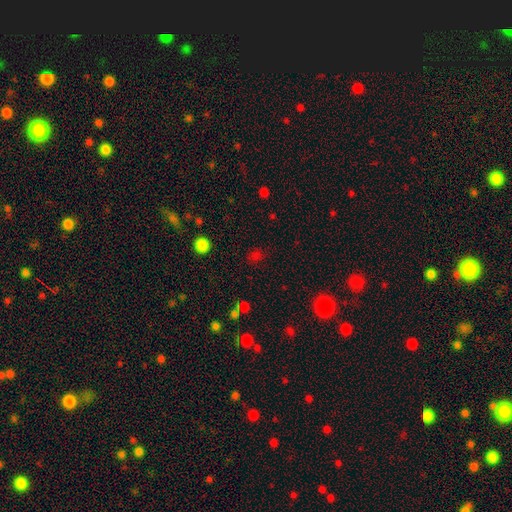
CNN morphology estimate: Smooth or featured: smooth — 58% (star or artifact — 36%)
How rounded: round — 63% (in between — 35%)
Merging: none — 77% (minor disturbance — 12%)